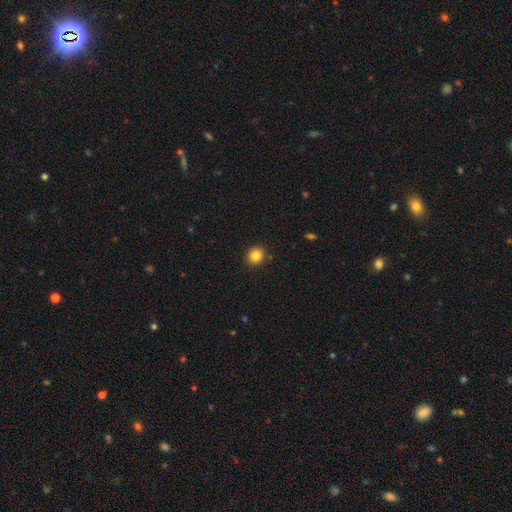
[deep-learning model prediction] smooth-or-featured: smooth: 85% | star or artifact: 10% | featured or disk: 5%
  how-rounded: round: 81% | in between: 18% | cigar-shaped: 1%
  merging: none: 90% | minor disturbance: 6% | major disturbance: 2% | merger: 1%